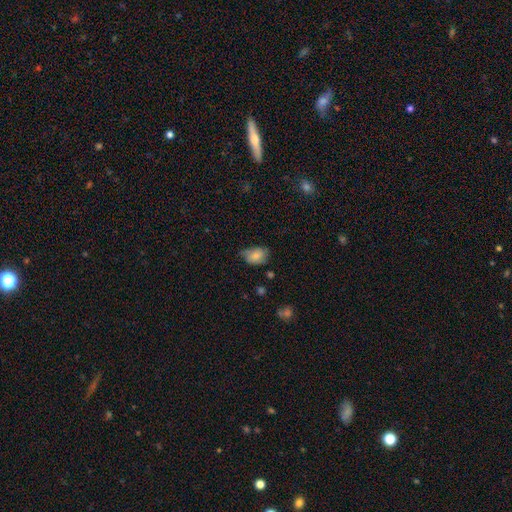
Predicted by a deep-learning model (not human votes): A smooth galaxy with no disk features (75%) that is in between round and cigar-shaped (82%).

Vote fractions:
- Smooth or featured? smooth: 75% / featured or disk: 17% / star or artifact: 8%
- How rounded? in between: 82% / round: 16% / cigar-shaped: 1%
- Merging? none: 46% / minor disturbance: 41% / major disturbance: 11% / merger: 2%